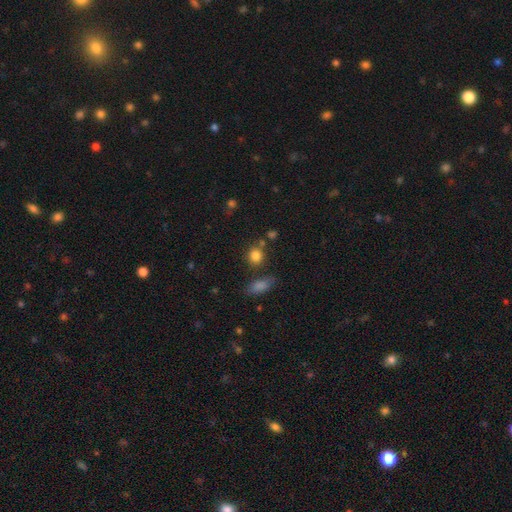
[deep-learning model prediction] Smooth or featured?
  - smooth: 83% *
  - star or artifact: 11%
  - featured or disk: 6%
How rounded?
  - round: 76% *
  - in between: 22%
  - cigar-shaped: 2%
Merging?
  - none: 72% *
  - merger: 12%
  - minor disturbance: 12%
  - major disturbance: 4%